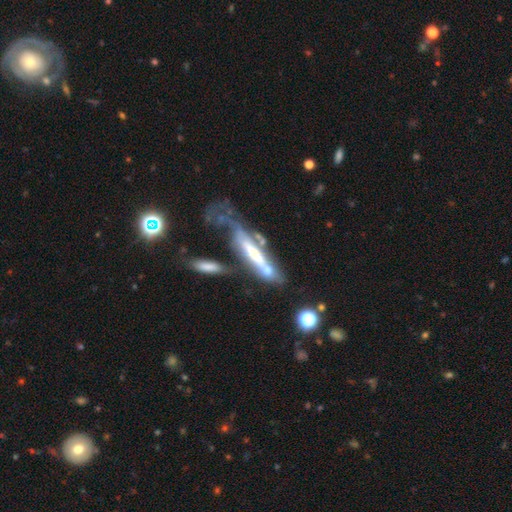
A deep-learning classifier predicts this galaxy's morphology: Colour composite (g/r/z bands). It shows a featured or disk galaxy (67%) viewed edge-on (61%). Merging: merger (31%).